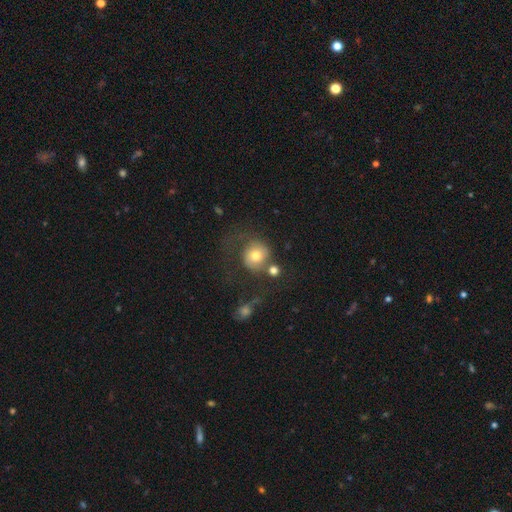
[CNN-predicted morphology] Smooth or featured: smooth — 65% (featured or disk — 25%)
How rounded: round — 86% (in between — 13%)
Merging: none — 45% (major disturbance — 21%)